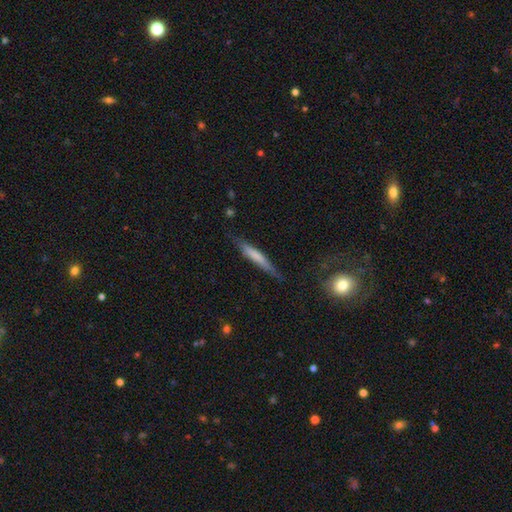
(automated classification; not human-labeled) A smooth galaxy with no disk features (60%) that is cigar-shaped (93%).

Vote fractions:
- Smooth or featured? smooth: 60% / featured or disk: 34% / star or artifact: 6%
- How rounded? cigar-shaped: 93% / in between: 6% / round: 1%
- Merging? none: 72% / minor disturbance: 21% / major disturbance: 5% / merger: 2%